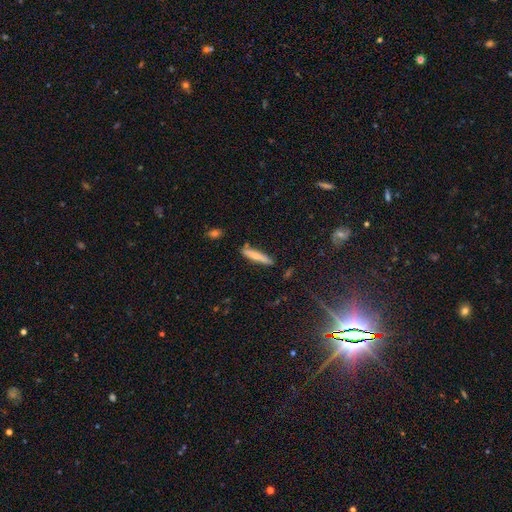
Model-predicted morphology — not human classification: The model was most divided on "smooth or featured": smooth: 71%, featured or disk: 23%, star or artifact: 7%. More confident: how rounded — cigar-shaped (89%); merging — none (81%).